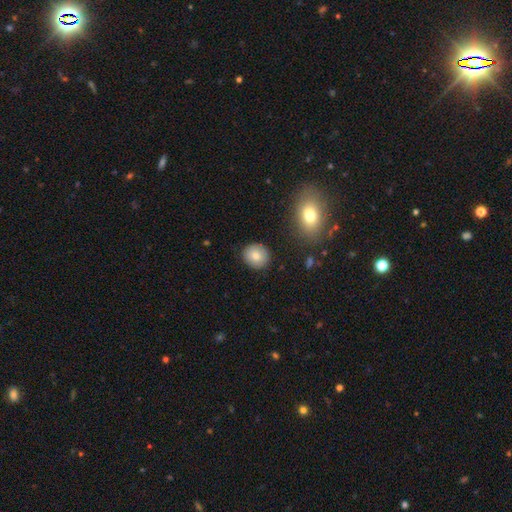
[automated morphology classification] Smooth or featured?
  - smooth: 80% *
  - featured or disk: 11%
  - star or artifact: 9%
How rounded?
  - round: 81% *
  - in between: 18%
  - cigar-shaped: 1%
Merging?
  - none: 88% *
  - minor disturbance: 8%
  - major disturbance: 2%
  - merger: 2%